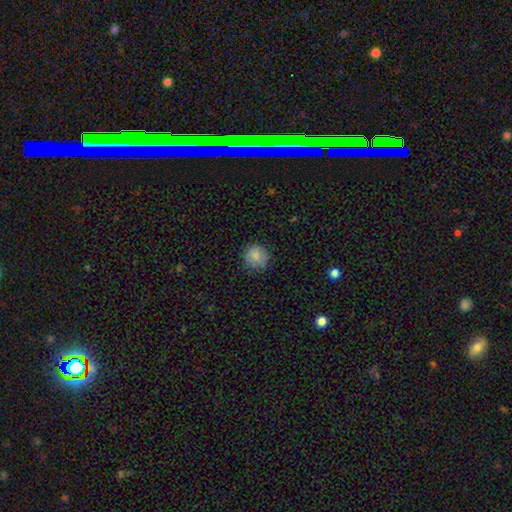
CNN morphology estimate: This appears to be a smooth galaxy with no disk features (84%) that is round (87%). Merging: none (83%).